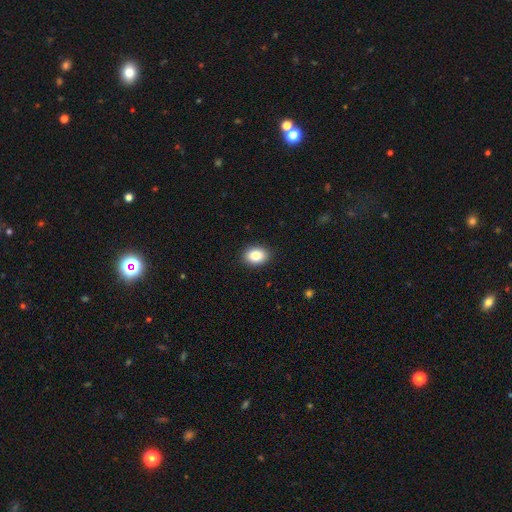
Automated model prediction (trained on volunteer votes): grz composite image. It shows a smooth galaxy with no disk features (85%) that is in between round and cigar-shaped (68%). Merging: none (90%).